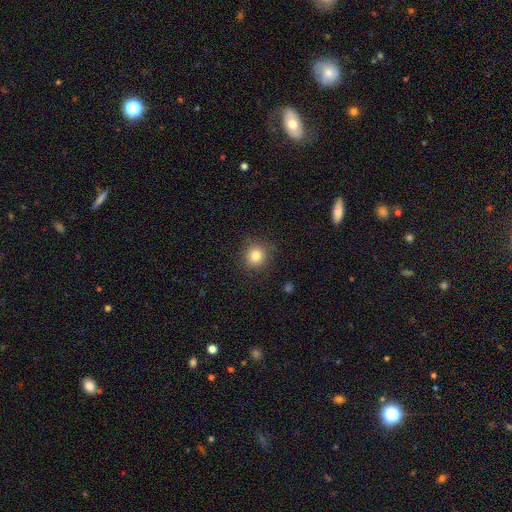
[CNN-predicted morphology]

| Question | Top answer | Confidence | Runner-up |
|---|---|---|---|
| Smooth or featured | smooth | 81% | star or artifact (12%) |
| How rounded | round | 90% | in between (9%) |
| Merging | none | 88% | minor disturbance (8%) |